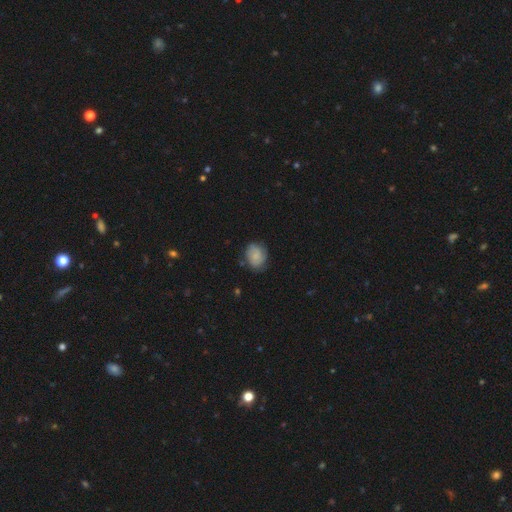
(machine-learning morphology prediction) smooth-or-featured: smooth: 67% | featured or disk: 25% | star or artifact: 8%
  how-rounded: in between: 51% | round: 48% | cigar-shaped: 1%
  merging: none: 70% | minor disturbance: 22% | major disturbance: 6% | merger: 2%